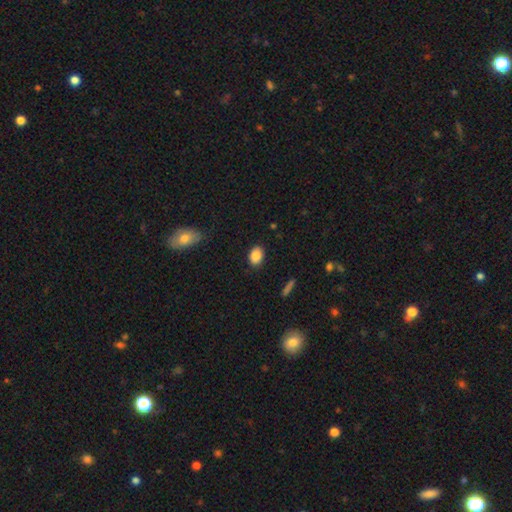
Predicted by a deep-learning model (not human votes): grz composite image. It shows a smooth galaxy with no disk features (86%) that is in between round and cigar-shaped (79%). Merging: none (85%).